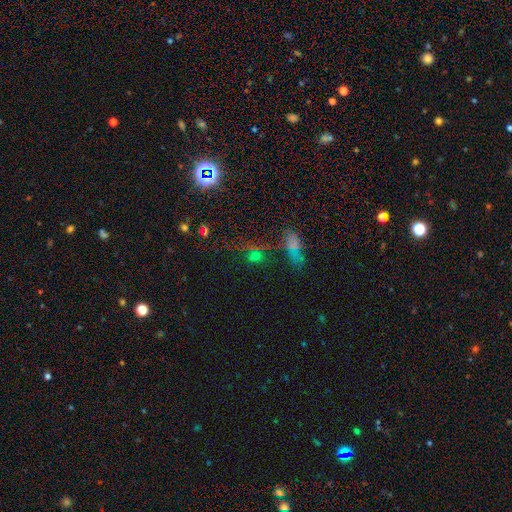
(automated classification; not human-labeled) smooth-or-featured: star or artifact: 46% | smooth: 43% | featured or disk: 11%